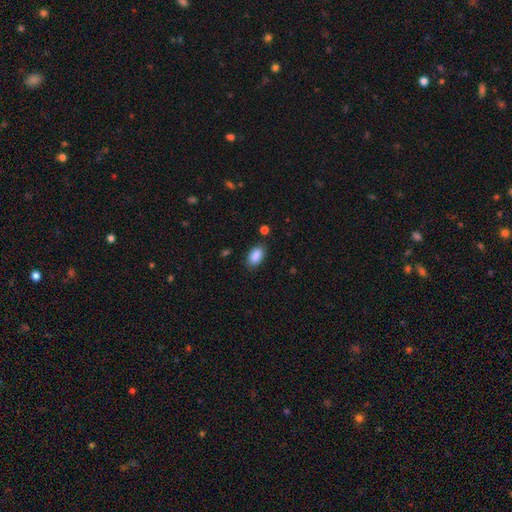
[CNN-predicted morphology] A smooth galaxy with no disk features (89%) that is in between round and cigar-shaped (92%).

Vote fractions:
- Smooth or featured? smooth: 89% / star or artifact: 7% / featured or disk: 4%
- How rounded? in between: 92% / round: 6% / cigar-shaped: 2%
- Merging? none: 85% / minor disturbance: 11% / major disturbance: 3% / merger: 2%